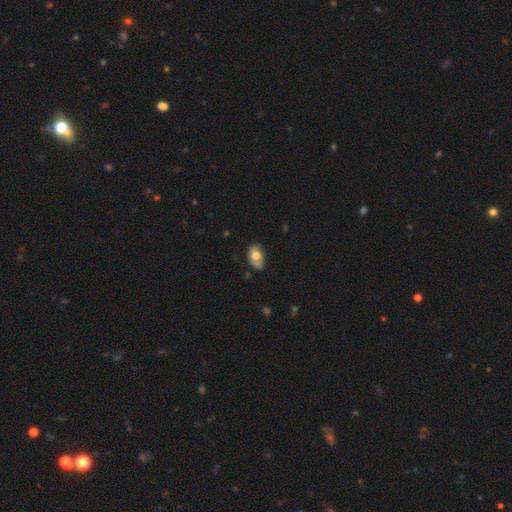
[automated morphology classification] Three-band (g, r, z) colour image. It shows a smooth galaxy with no disk features (64%) that is in between round and cigar-shaped (89%). Merging: none (63%).